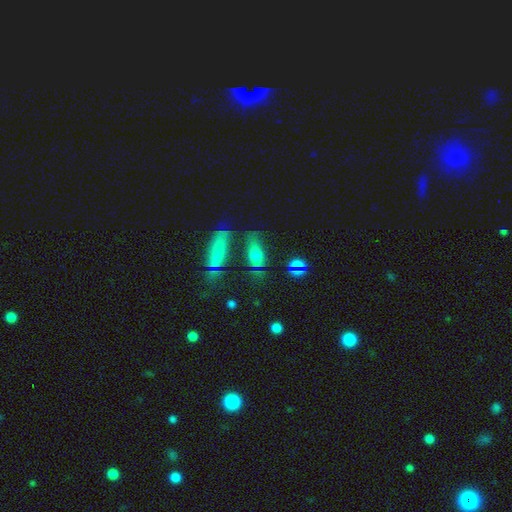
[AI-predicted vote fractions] A smooth galaxy with no disk features (61%) that is in between round and cigar-shaped (72%).

Vote fractions:
- Smooth or featured? smooth: 61% / star or artifact: 23% / featured or disk: 16%
- How rounded? in between: 72% / cigar-shaped: 17% / round: 11%
- Merging? none: 55% / minor disturbance: 20% / major disturbance: 13% / merger: 13%